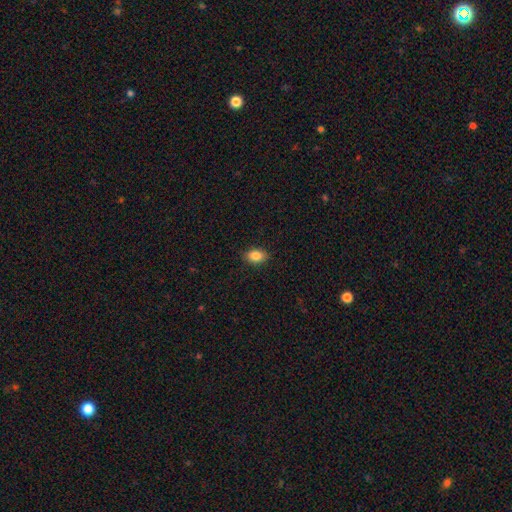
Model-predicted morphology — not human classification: A smooth galaxy with no disk features (86%) that is in between round and cigar-shaped (83%). Merging: none (88%).